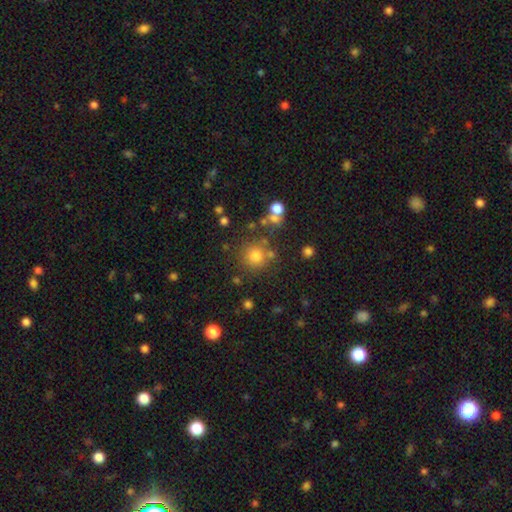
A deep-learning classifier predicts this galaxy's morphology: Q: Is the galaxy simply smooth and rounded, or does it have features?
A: smooth — 74%.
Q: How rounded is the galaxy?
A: round — 93%.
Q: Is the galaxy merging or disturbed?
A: none — 77%.